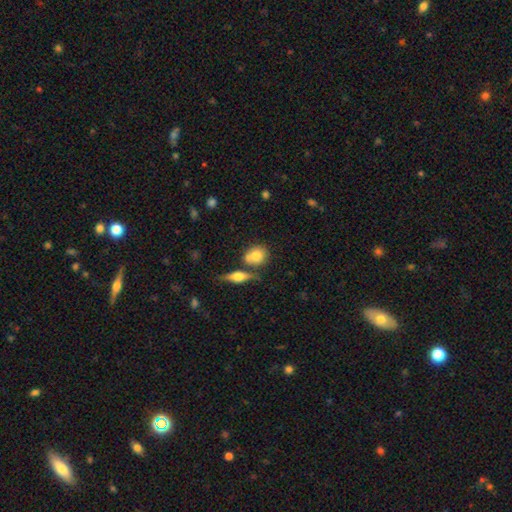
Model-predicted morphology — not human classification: Smooth or featured: smooth — 75% (featured or disk — 18%)
How rounded: round — 66% (in between — 31%)
Merging: none — 54% (merger — 30%)